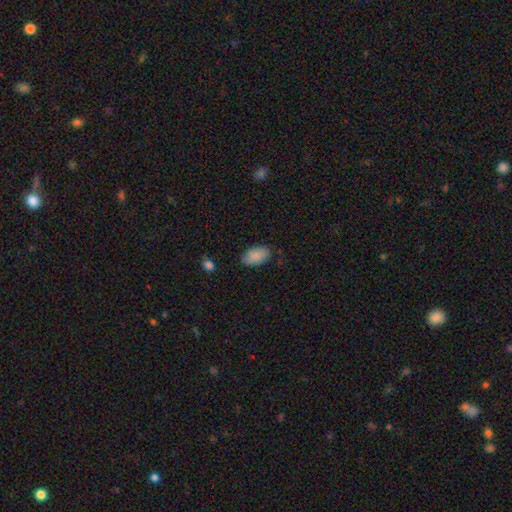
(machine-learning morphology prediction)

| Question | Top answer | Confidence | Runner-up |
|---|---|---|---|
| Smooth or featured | smooth | 87% | star or artifact (7%) |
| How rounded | in between | 94% | round (4%) |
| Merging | none | 78% | minor disturbance (17%) |